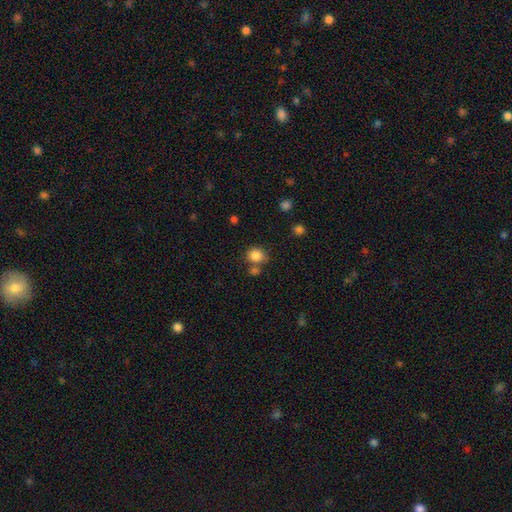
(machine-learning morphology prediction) Q: Smooth or featured?
A: smooth (85%); runner-up: star or artifact (11%)
Q: How rounded?
A: round (75%); runner-up: in between (25%)
Q: Merging?
A: none (63%); runner-up: merger (19%)